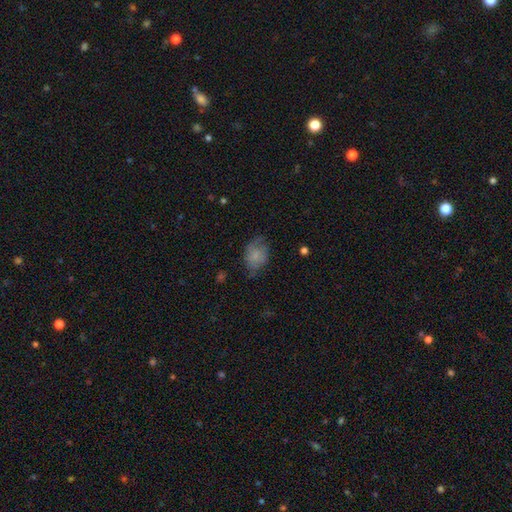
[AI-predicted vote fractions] A smooth galaxy with no disk features (67%) that is in between round and cigar-shaped (77%). Merging: none (55%).